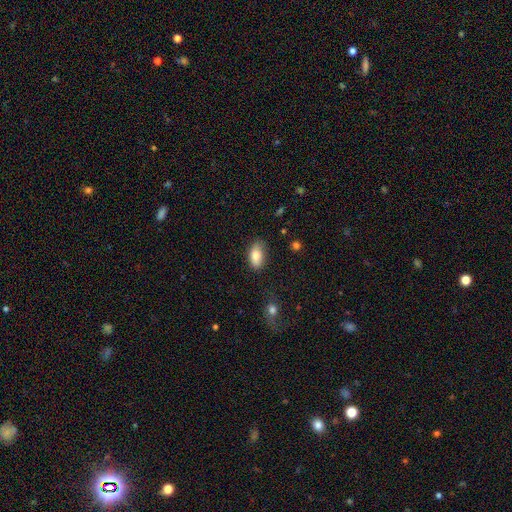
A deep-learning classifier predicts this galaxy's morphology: Smooth or featured: smooth — 82% (featured or disk — 10%)
How rounded: in between — 91% (round — 5%)
Merging: none — 79% (minor disturbance — 16%)